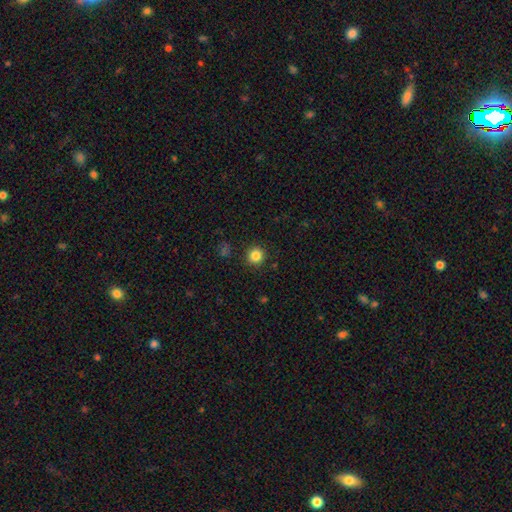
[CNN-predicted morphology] Smooth or featured: smooth — 84% (star or artifact — 11%)
How rounded: round — 94% (in between — 5%)
Merging: none — 91% (minor disturbance — 6%)